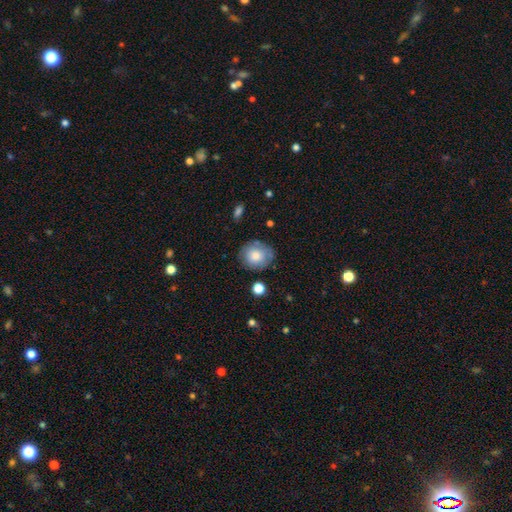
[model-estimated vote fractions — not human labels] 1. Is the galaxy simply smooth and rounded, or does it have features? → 75% smooth, 17% featured or disk, 8% star or artifact.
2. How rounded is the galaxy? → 69% round, 30% in between, 1% cigar-shaped.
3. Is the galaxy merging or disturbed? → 74% none, 18% minor disturbance, 5% major disturbance, 3% merger.